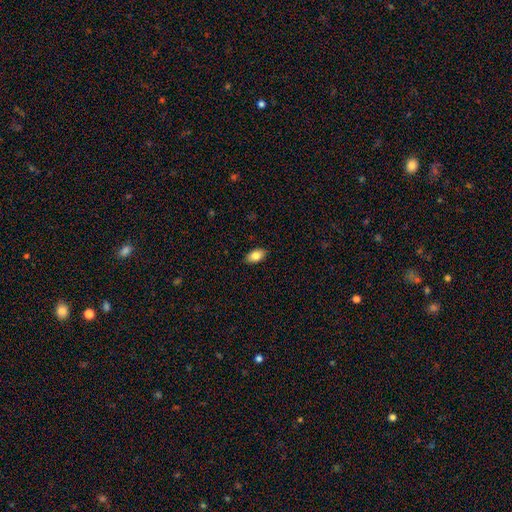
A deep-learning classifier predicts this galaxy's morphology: smooth 83%, featured or disk 9%, star or artifact 7%. Down the decision tree: how rounded — in between (91%); merging — none (87%).